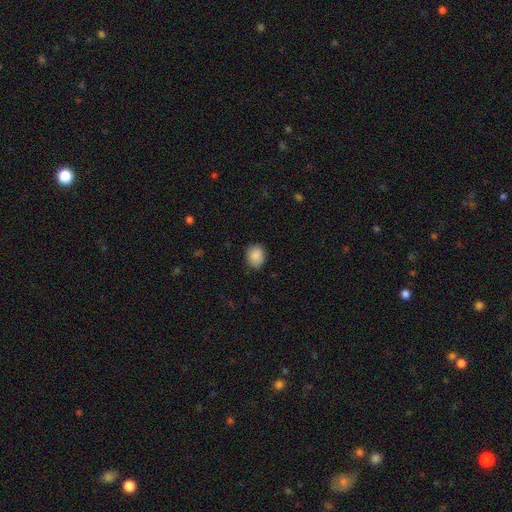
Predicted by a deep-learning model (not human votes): Smooth or featured: smooth — 88% (star or artifact — 8%)
How rounded: round — 57% (in between — 42%)
Merging: none — 83% (minor disturbance — 14%)